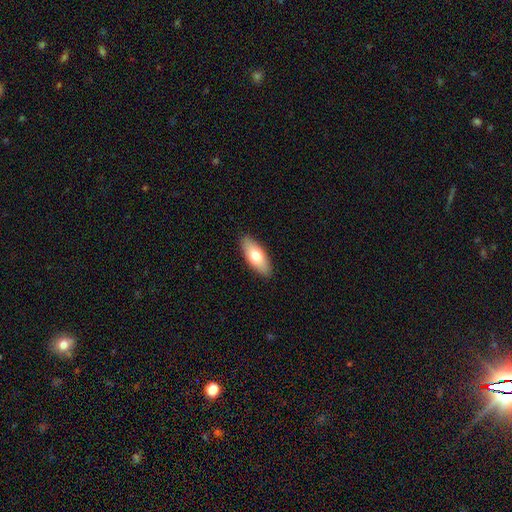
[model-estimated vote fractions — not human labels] A smooth galaxy with no disk features (72%) that is in between round and cigar-shaped (80%).

Vote fractions:
- Smooth or featured? smooth: 72% / featured or disk: 22% / star or artifact: 6%
- How rounded? in between: 80% / cigar-shaped: 18% / round: 2%
- Merging? none: 89% / minor disturbance: 8% / major disturbance: 2% / merger: 1%